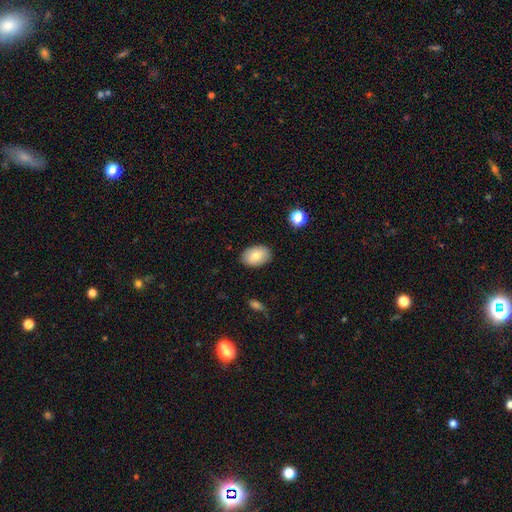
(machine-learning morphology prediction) A smooth galaxy with no disk features (78%) that is in between round and cigar-shaped (87%). Merging: none (87%).